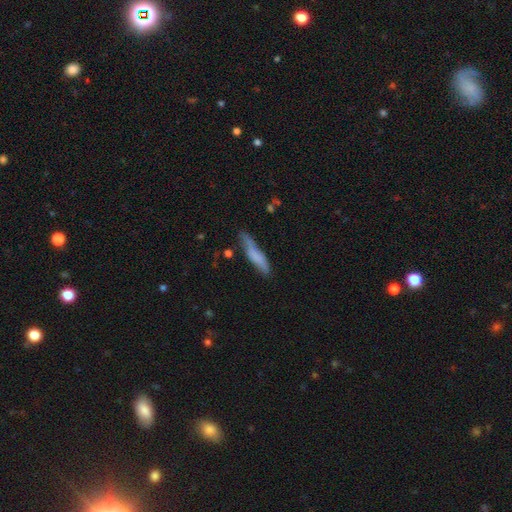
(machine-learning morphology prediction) smooth 67%, featured or disk 26%, star or artifact 7%. Down the decision tree: how rounded — cigar-shaped (83%); merging — none (61%).